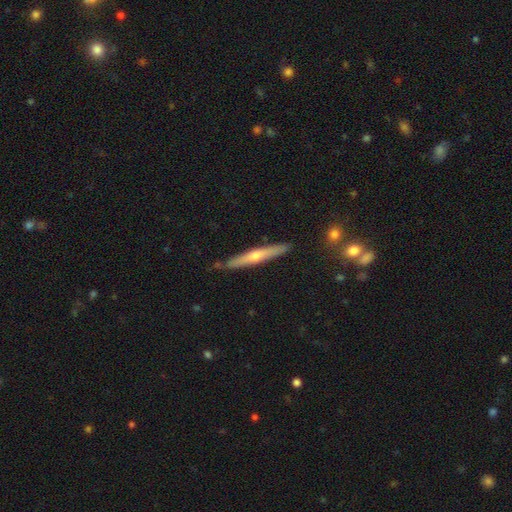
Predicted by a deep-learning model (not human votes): featured or disk 56%, smooth 38%, star or artifact 6%. Down the decision tree: edge-on disk — yes (94%); edge-on bulge — rounded (78%); merging — none (87%).